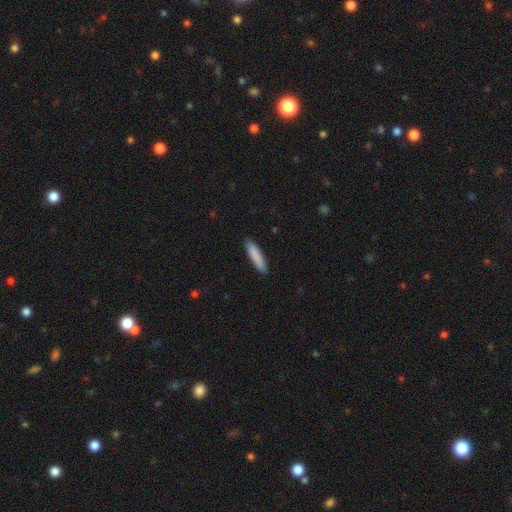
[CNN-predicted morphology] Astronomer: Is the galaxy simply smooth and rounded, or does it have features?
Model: smooth — 87%.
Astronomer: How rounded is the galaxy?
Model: cigar-shaped — 82%.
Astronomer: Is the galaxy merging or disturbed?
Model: none — 90%.